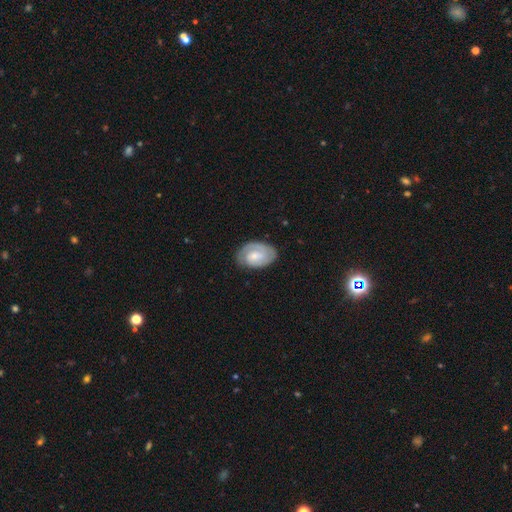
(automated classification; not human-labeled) This is likely a featured or disk galaxy (63%). It is clearly not viewed edge-on (97%). Bar: possibly no (58%). Spiral arm pattern: clearly yes (87%). Spiral arm count: possibly 2 (46%). Spiral winding: likely tight (63%). Central bulge: possibly small (52%). Merging: likely none (75%).